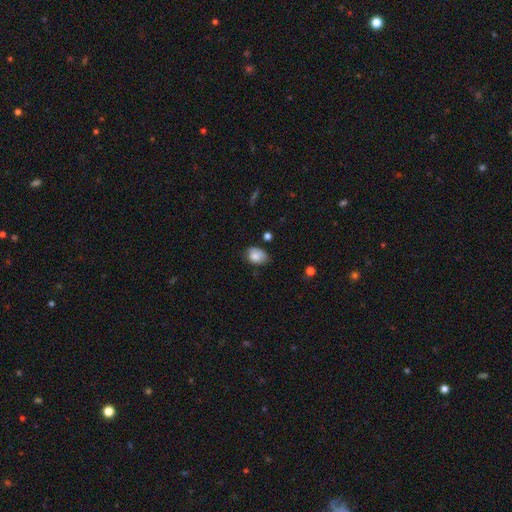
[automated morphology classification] A smooth galaxy with no disk features (79%) that is in between round and cigar-shaped (73%). Merging: none (53%).